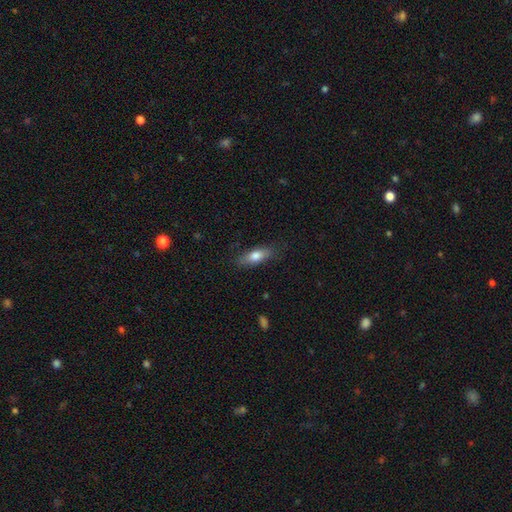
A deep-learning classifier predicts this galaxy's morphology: The model was most divided on "how rounded": in between: 68%, cigar-shaped: 28%, round: 3%. More confident: merging — none (81%); smooth or featured — smooth (76%).